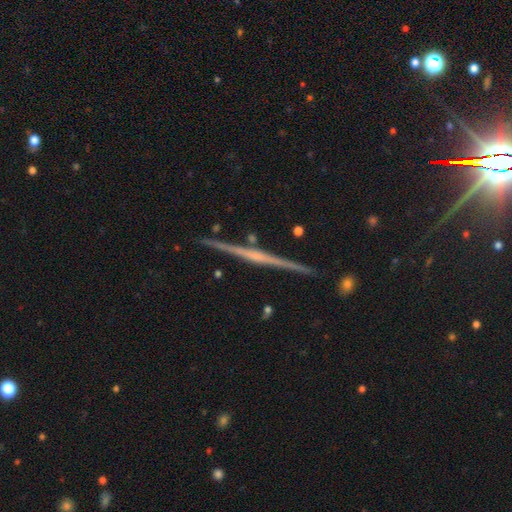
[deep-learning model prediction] Morphology: type=featured or disk (79%); edge-on=yes (98%); edge-on bulge=none (55%); merging=none (90%).